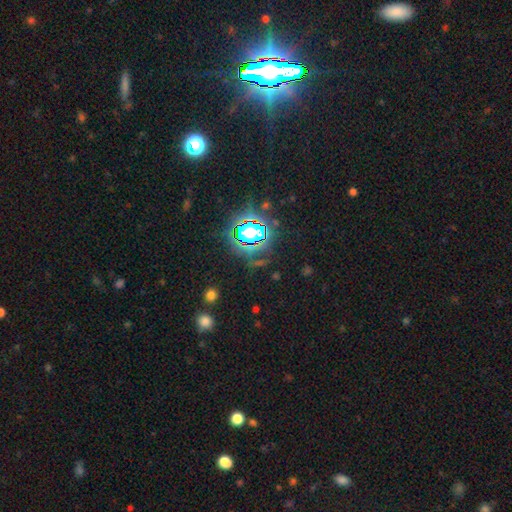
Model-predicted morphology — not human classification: Smooth or featured?
  - star or artifact: 79% *
  - smooth: 13%
  - featured or disk: 8%